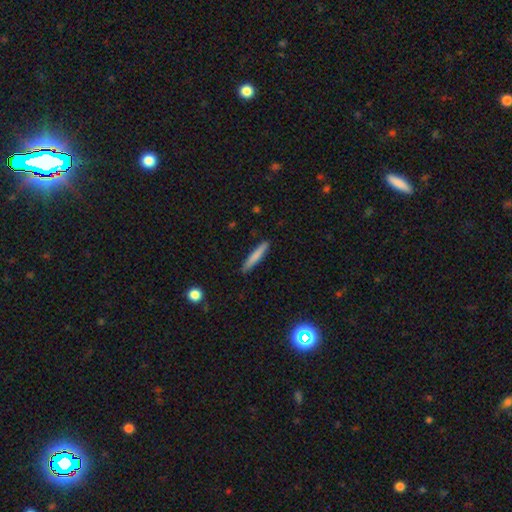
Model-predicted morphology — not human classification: A smooth galaxy with no disk features (77%) that is cigar-shaped (94%).

Vote fractions:
- Smooth or featured? smooth: 77% / featured or disk: 18% / star or artifact: 6%
- How rounded? cigar-shaped: 94% / in between: 5% / round: 1%
- Merging? none: 89% / minor disturbance: 8% / major disturbance: 2% / merger: 1%